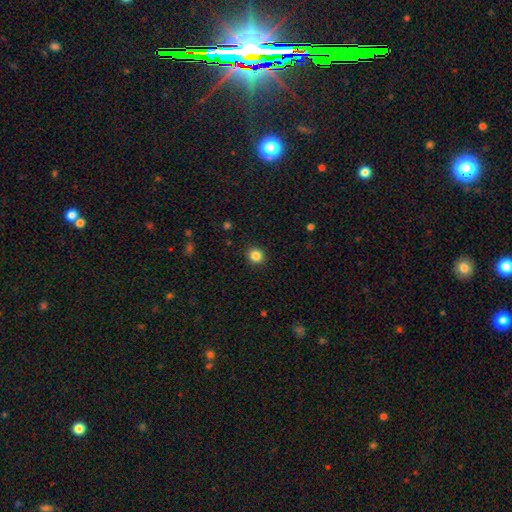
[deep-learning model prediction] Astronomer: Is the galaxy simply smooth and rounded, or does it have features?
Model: smooth — 85%.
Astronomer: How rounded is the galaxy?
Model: round — 88%.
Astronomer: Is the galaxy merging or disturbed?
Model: none — 92%.